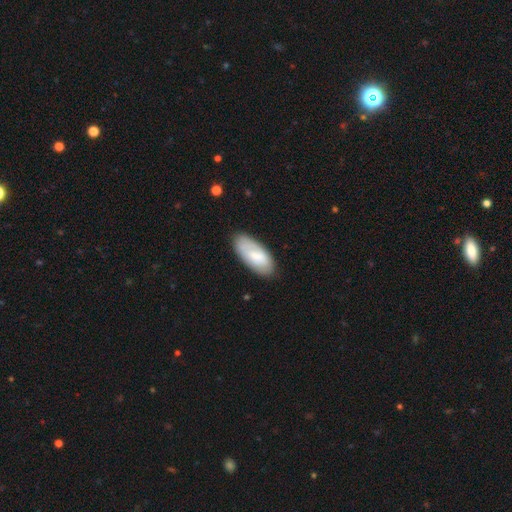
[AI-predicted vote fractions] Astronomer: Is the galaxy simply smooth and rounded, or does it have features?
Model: smooth — 66%.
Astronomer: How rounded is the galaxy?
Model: in between — 89%.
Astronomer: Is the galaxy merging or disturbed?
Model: none — 80%.